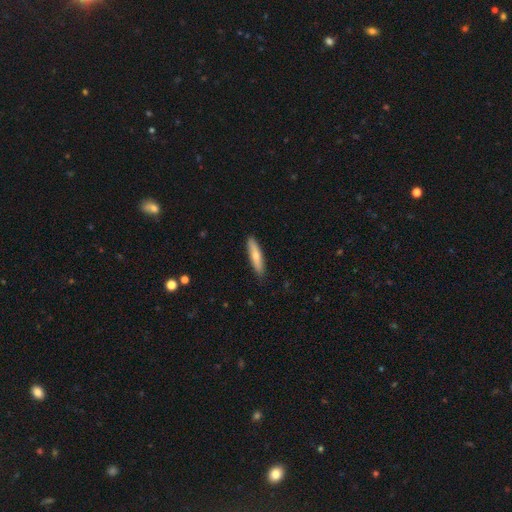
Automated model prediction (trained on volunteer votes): Smooth or featured: smooth — 64% (featured or disk — 30%)
How rounded: cigar-shaped — 80% (in between — 18%)
Merging: none — 88% (minor disturbance — 10%)